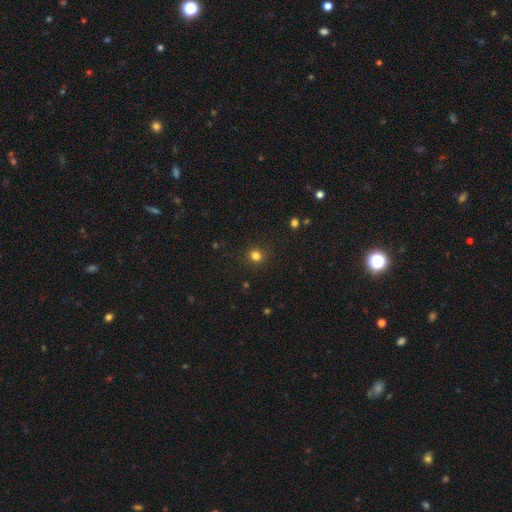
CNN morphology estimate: type=smooth (80%); roundness=round (83%); merging=none (89%).